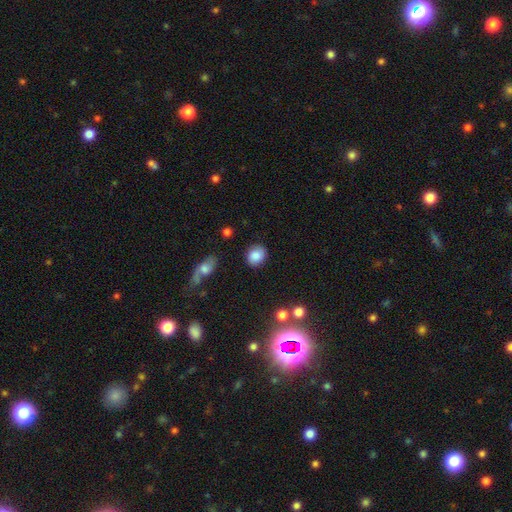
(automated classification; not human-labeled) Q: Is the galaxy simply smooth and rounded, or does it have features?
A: smooth — 84%.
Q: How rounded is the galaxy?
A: round — 66%.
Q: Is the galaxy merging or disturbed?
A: none — 83%.